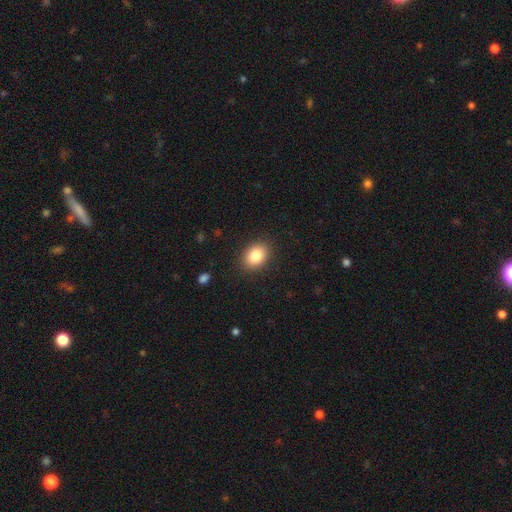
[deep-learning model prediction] Smooth or featured: smooth — 84% (star or artifact — 9%)
How rounded: in between — 67% (round — 32%)
Merging: none — 88% (minor disturbance — 8%)